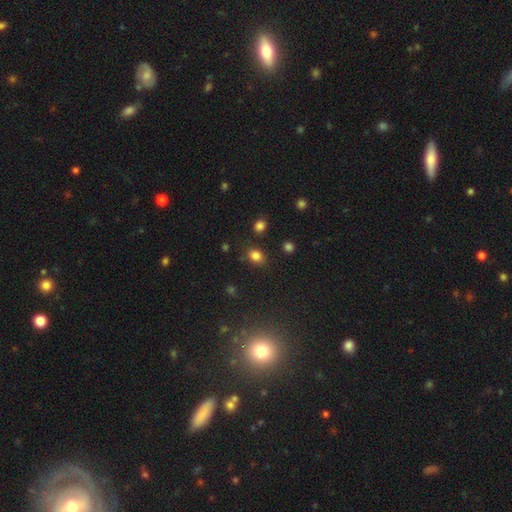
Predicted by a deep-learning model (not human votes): Smooth or featured?
  - smooth: 81% *
  - star or artifact: 13%
  - featured or disk: 6%
How rounded?
  - in between: 56% *
  - round: 43%
  - cigar-shaped: 1%
Merging?
  - none: 79% *
  - minor disturbance: 12%
  - merger: 5%
  - major disturbance: 4%